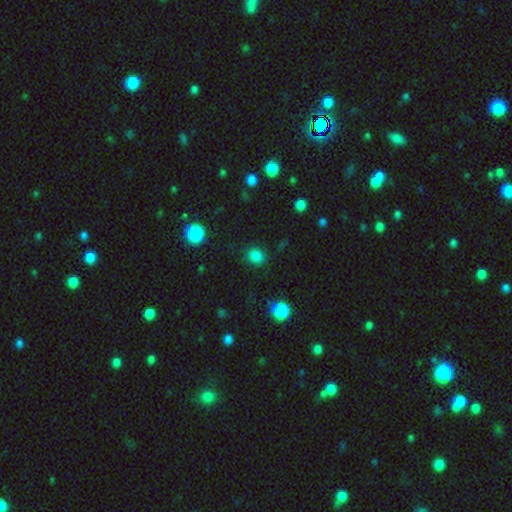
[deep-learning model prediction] smooth_or_featured: smooth (p=0.80) [alt: star or artifact p=0.16]
how_rounded: round (p=0.74) [alt: in between p=0.25]
merging: none (p=0.85) [alt: minor disturbance p=0.10]